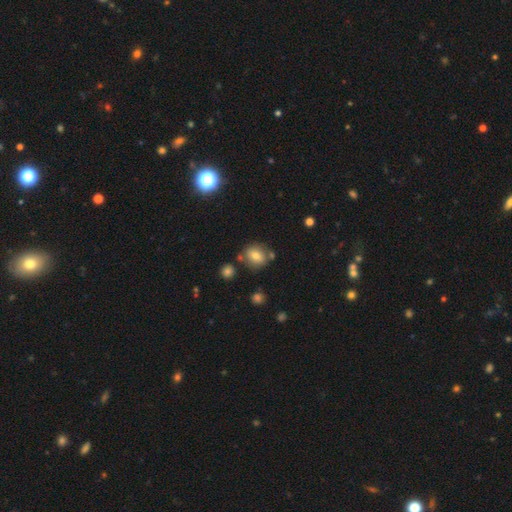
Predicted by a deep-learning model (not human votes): Q: Smooth or featured?
A: smooth (74%); runner-up: featured or disk (15%)
Q: How rounded?
A: round (65%); runner-up: in between (34%)
Q: Merging?
A: none (71%); runner-up: minor disturbance (13%)